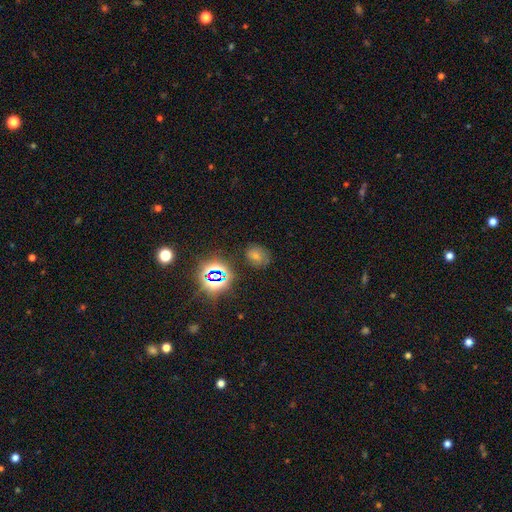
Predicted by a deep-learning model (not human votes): Q: Smooth or featured?
A: smooth (59%); runner-up: star or artifact (29%)
Q: How rounded?
A: round (51%); runner-up: in between (48%)
Q: Merging?
A: none (75%); runner-up: minor disturbance (17%)